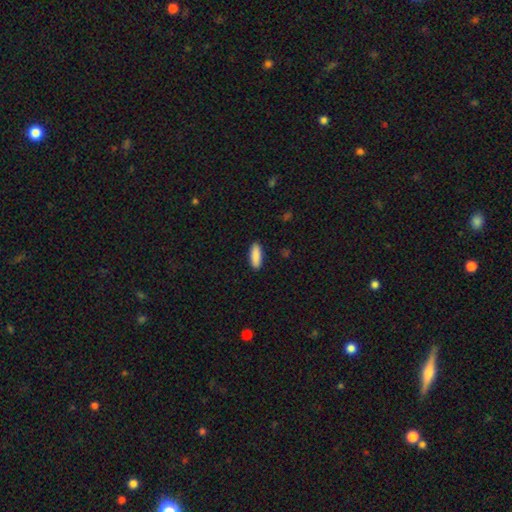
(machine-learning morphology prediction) The model was most divided on "how rounded": in between: 62%, cigar-shaped: 36%, round: 2%. More confident: merging — none (90%); smooth or featured — smooth (90%).